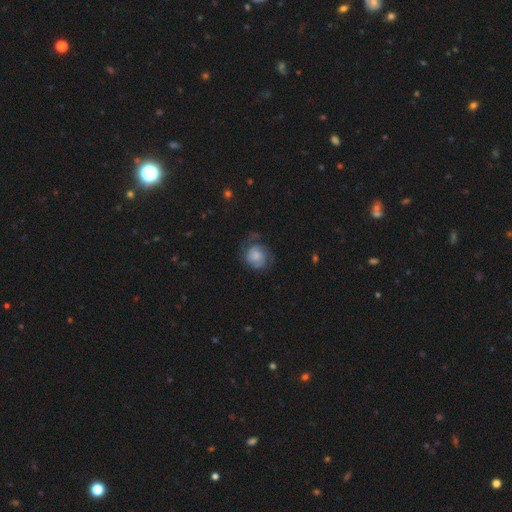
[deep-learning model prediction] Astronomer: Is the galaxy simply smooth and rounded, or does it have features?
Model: smooth — 46% (runner-up: featured or disk, 45%).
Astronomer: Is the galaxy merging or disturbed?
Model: none — 53%.